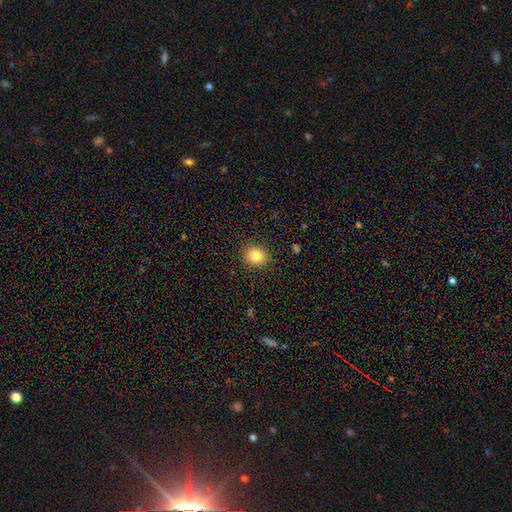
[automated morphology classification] Overall: smooth (82%). How rounded: round (77%). Merging: none (90%).